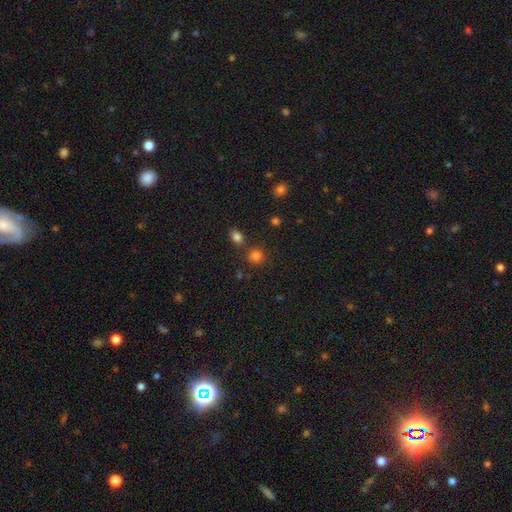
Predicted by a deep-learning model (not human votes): A smooth galaxy with no disk features (81%) that is round (83%). Merging: none (73%).